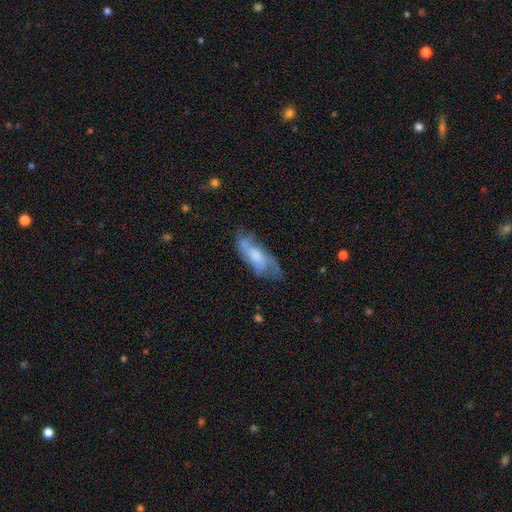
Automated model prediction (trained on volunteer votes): smooth_or_featured: featured or disk (p=0.58) [alt: smooth p=0.35]
disk_edge_on: no (p=0.84) [alt: yes p=0.16]
merging: none (p=0.50) [alt: minor disturbance p=0.27]